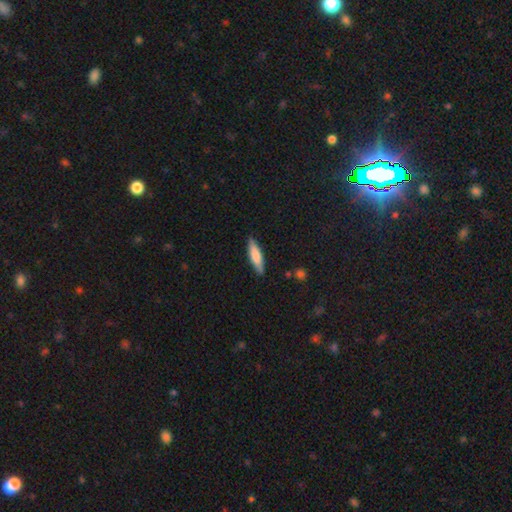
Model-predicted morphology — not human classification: A smooth galaxy with no disk features (71%) that is cigar-shaped (71%). Merging: none (87%).